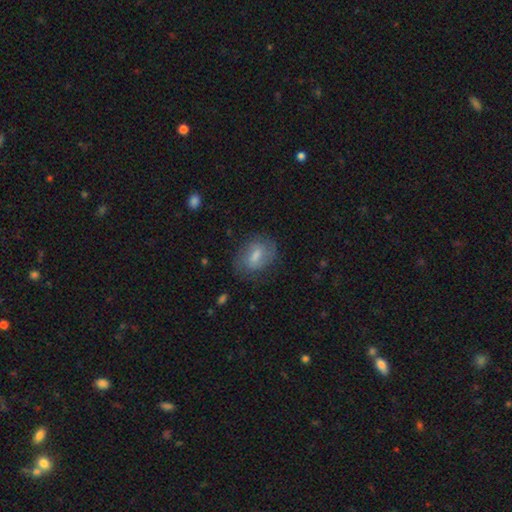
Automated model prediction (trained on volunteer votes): The model was most divided on "smooth or featured": smooth: 50%, featured or disk: 42%, star or artifact: 8%. More confident: merging — none (69%).